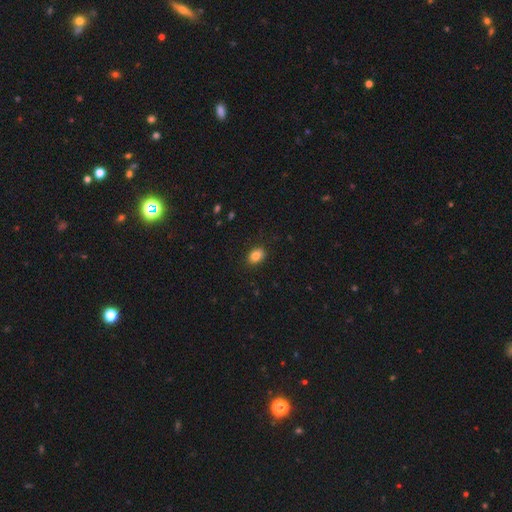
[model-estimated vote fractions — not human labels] Smooth or featured? Predicted: smooth (p=0.85). How rounded? Predicted: in between (p=0.72). Merging? Predicted: none (p=0.87).